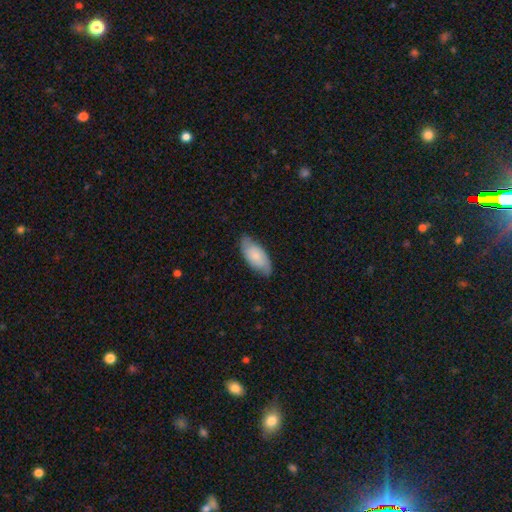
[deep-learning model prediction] A smooth galaxy with no disk features (65%) that is in between round and cigar-shaped (91%). Merging: none (74%).